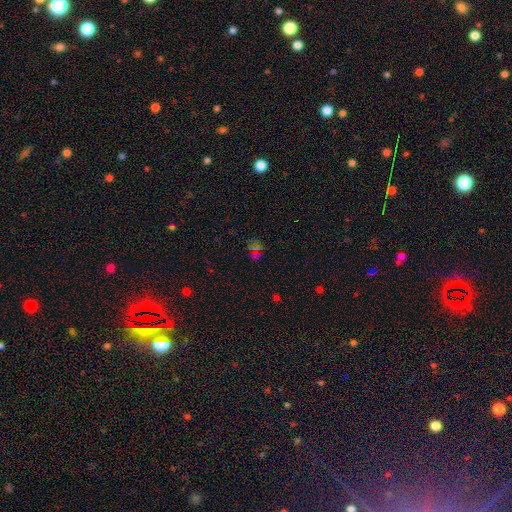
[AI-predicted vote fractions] Morphology: type=star or artifact (59%).